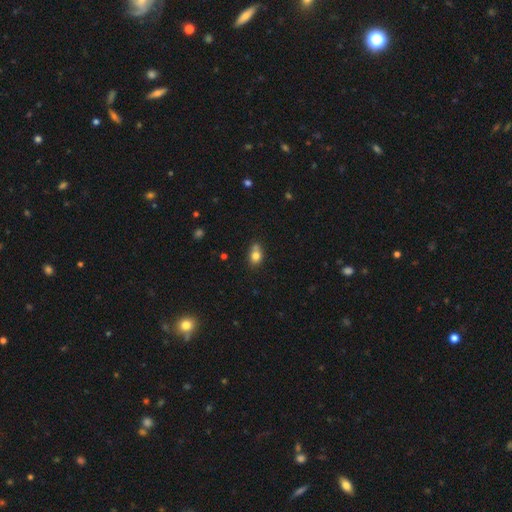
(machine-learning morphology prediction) This appears to be a smooth galaxy with no disk features (78%) that is in between round and cigar-shaped (60%). Merging: none (51%).